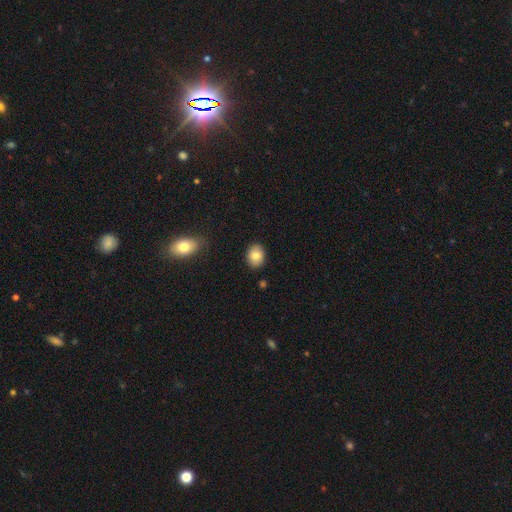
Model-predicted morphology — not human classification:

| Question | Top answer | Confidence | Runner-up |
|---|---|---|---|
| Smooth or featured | smooth | 83% | star or artifact (8%) |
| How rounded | in between | 57% | round (42%) |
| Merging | none | 87% | minor disturbance (9%) |